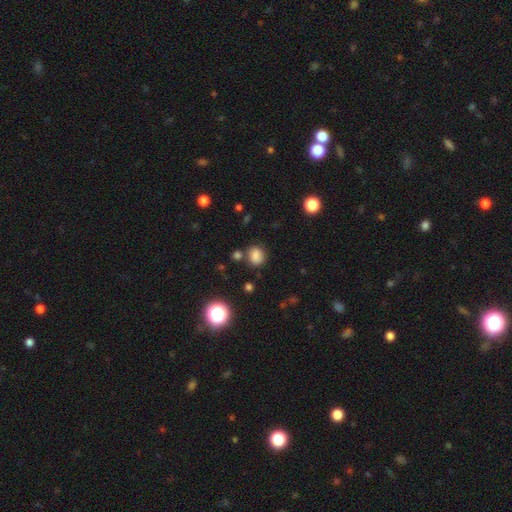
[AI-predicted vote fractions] Q: Smooth or featured?
A: smooth (80%); runner-up: star or artifact (14%)
Q: How rounded?
A: round (60%); runner-up: in between (39%)
Q: Merging?
A: none (74%); runner-up: minor disturbance (13%)